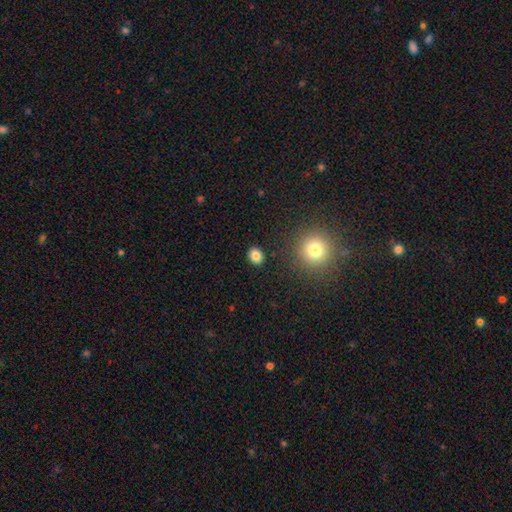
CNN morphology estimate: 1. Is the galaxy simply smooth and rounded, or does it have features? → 83% smooth, 11% star or artifact, 5% featured or disk.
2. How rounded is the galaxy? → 56% round, 43% in between, 1% cigar-shaped.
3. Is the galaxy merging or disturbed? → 88% none, 7% minor disturbance, 2% major disturbance, 2% merger.